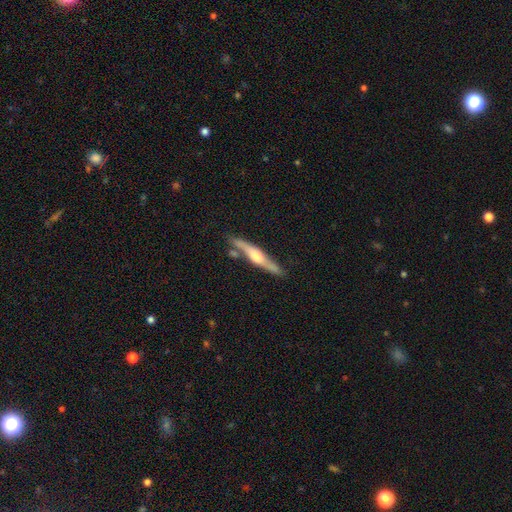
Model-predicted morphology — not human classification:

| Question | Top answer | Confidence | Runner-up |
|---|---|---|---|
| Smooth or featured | featured or disk | 71% | smooth (23%) |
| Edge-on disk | yes | 92% | no (8%) |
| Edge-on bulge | rounded | 85% | boxy (10%) |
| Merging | none | 74% | minor disturbance (16%) |